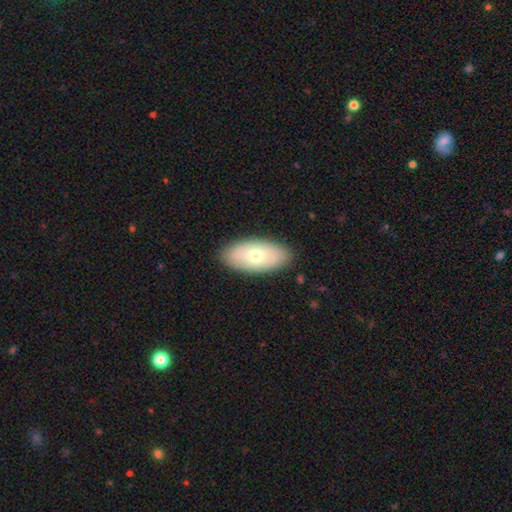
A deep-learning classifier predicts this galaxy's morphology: This appears to be a smooth galaxy with no disk features (64%) that is in between round and cigar-shaped (93%). Merging: none (86%).